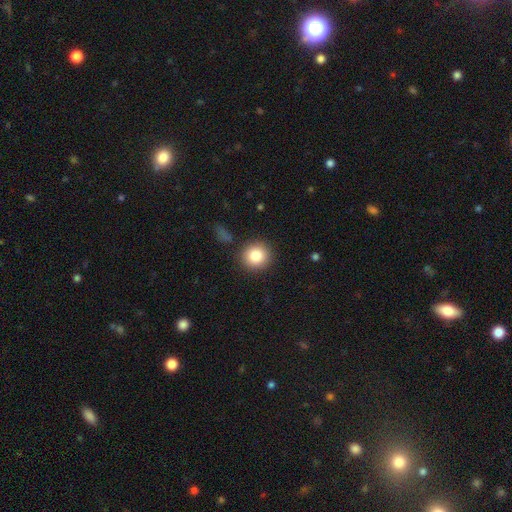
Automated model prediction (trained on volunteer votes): The model was most divided on "smooth or featured": smooth: 84%, star or artifact: 9%, featured or disk: 7%. More confident: how rounded — round (91%); merging — none (88%).